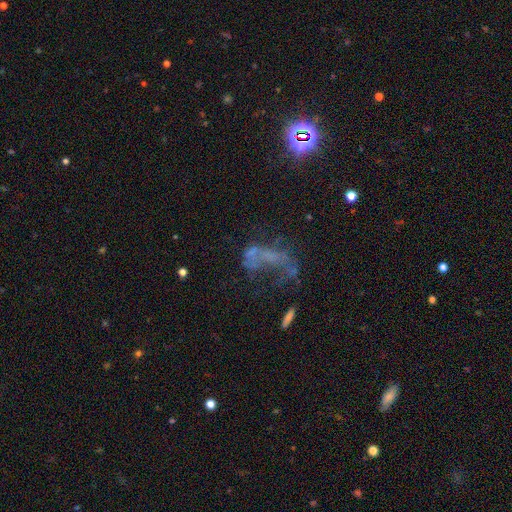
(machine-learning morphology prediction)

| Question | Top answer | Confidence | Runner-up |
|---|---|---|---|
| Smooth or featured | featured or disk | 51% | smooth (27%) |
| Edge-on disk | no | 95% | yes (5%) |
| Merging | major disturbance | 42% | none (27%) |